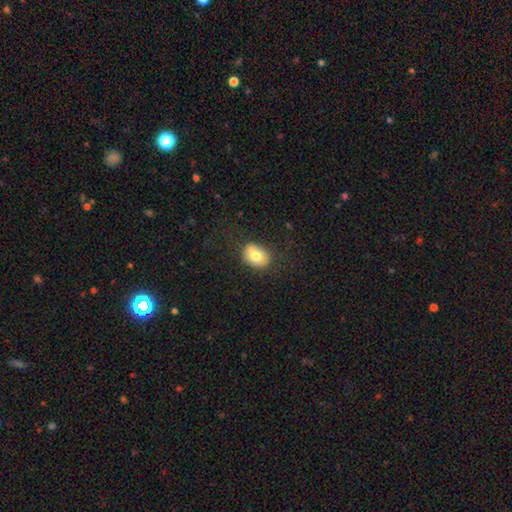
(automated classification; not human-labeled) This appears to be a smooth galaxy with no disk features (77%) that is in between round and cigar-shaped (66%). Merging: none (77%).